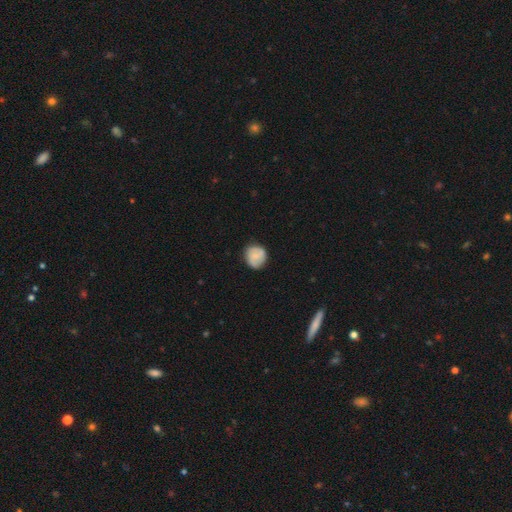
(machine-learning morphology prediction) This is likely a smooth galaxy (61%). How rounded: clearly round (83%). Merging: clearly none (82%).